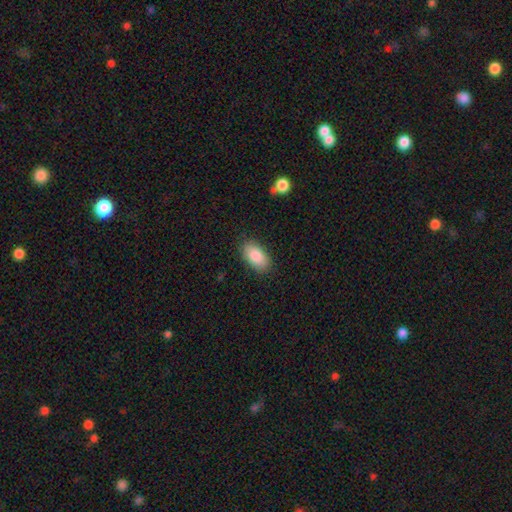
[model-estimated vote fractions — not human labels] Smooth or featured? smooth (87%)
How rounded? in between (93%)
Merging? none (86%)